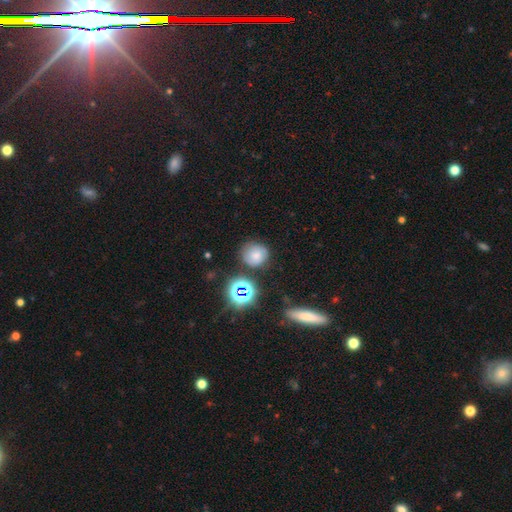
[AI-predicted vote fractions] The model was most divided on "smooth or featured": smooth: 65%, star or artifact: 20%, featured or disk: 16%. More confident: how rounded — round (85%); merging — none (74%).